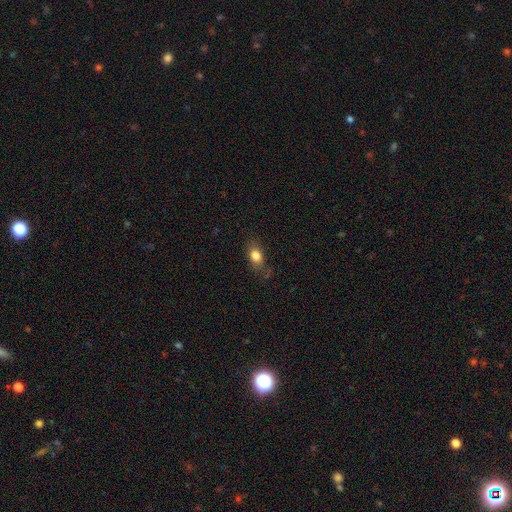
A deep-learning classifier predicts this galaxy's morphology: Smooth or featured? Predicted: smooth (p=0.81). How rounded? Predicted: in between (p=0.74). Merging? Predicted: none (p=0.71).